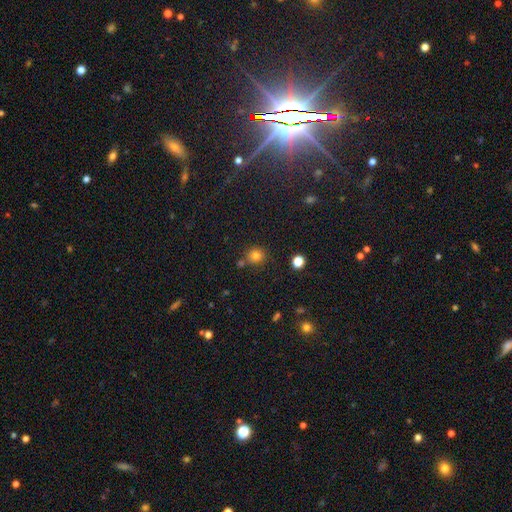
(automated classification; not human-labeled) smooth_or_featured: smooth (p=0.78) [alt: star or artifact p=0.15]
how_rounded: round (p=0.89) [alt: in between p=0.10]
merging: none (p=0.76) [alt: merger p=0.11]